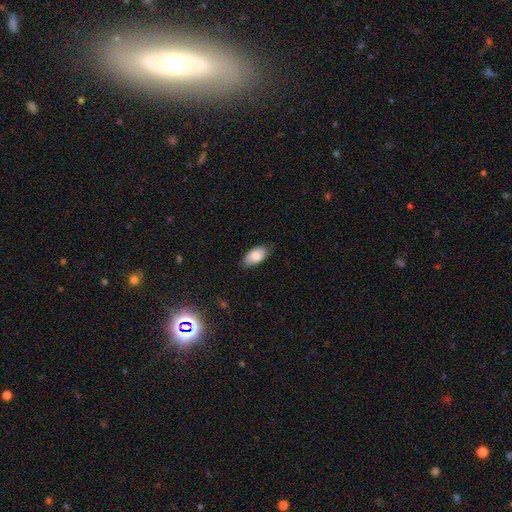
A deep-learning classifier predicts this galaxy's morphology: Smooth or featured?
  - smooth: 82% *
  - featured or disk: 11%
  - star or artifact: 7%
How rounded?
  - in between: 94% *
  - round: 3%
  - cigar-shaped: 3%
Merging?
  - none: 76% *
  - minor disturbance: 19%
  - major disturbance: 4%
  - merger: 1%